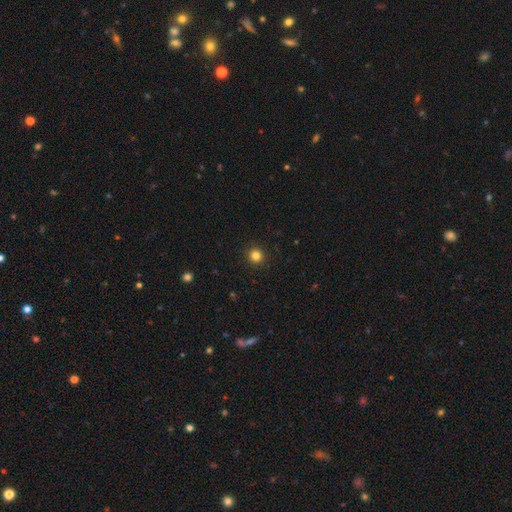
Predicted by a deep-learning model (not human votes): This is clearly a smooth galaxy (83%). How rounded: clearly round (95%). Merging: clearly none (93%).